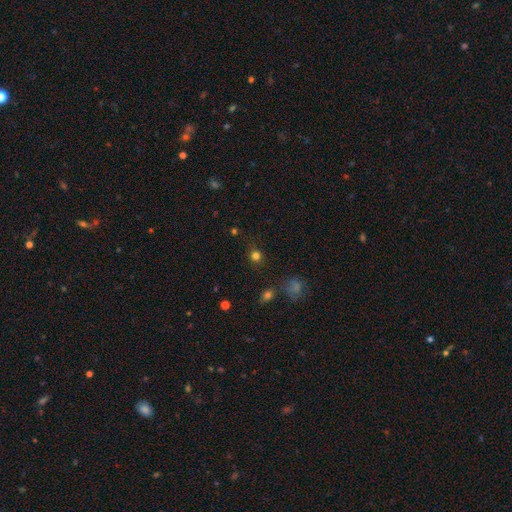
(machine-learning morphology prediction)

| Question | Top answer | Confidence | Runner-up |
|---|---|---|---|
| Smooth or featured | smooth | 75% | star or artifact (20%) |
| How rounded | round | 87% | in between (12%) |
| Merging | none | 82% | minor disturbance (11%) |